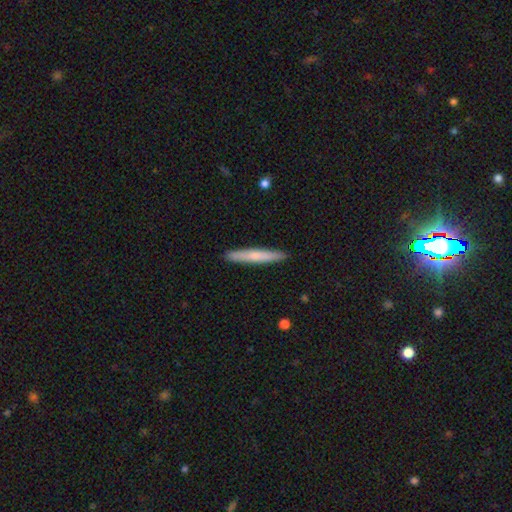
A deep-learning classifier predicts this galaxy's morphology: The model was most divided on "smooth or featured": smooth: 66%, featured or disk: 29%, star or artifact: 5%. More confident: how rounded — cigar-shaped (95%); merging — none (92%).